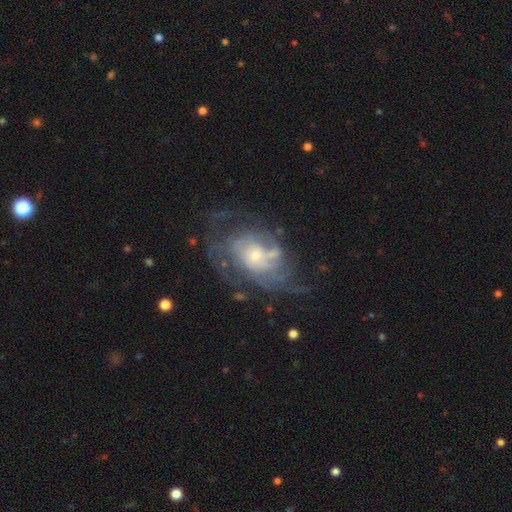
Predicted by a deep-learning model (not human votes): Smooth or featured? featured or disk (81%)
Edge-on disk? no (96%)
Bar? no (76%)
Spiral arms? yes (85%)
Spiral winding? tight (50%)
Spiral arm count? can't tell (47%)
Bulge size? small (65%)
Merging? none (55%)